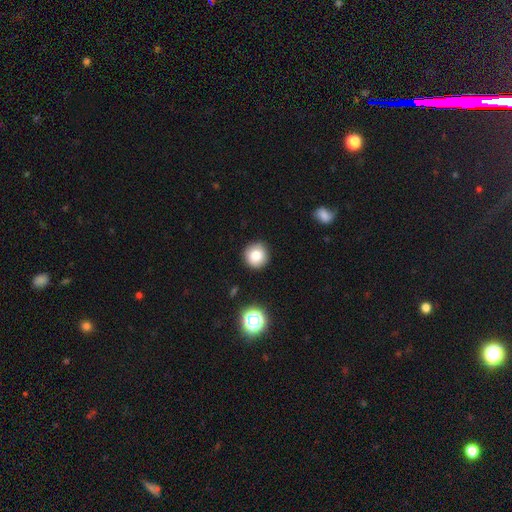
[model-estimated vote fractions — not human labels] A smooth galaxy with no disk features (82%) that is round (93%).

Vote fractions:
- Smooth or featured? smooth: 82% / star or artifact: 11% / featured or disk: 7%
- How rounded? round: 93% / in between: 6% / cigar-shaped: 1%
- Merging? none: 90% / minor disturbance: 7% / major disturbance: 2% / merger: 1%